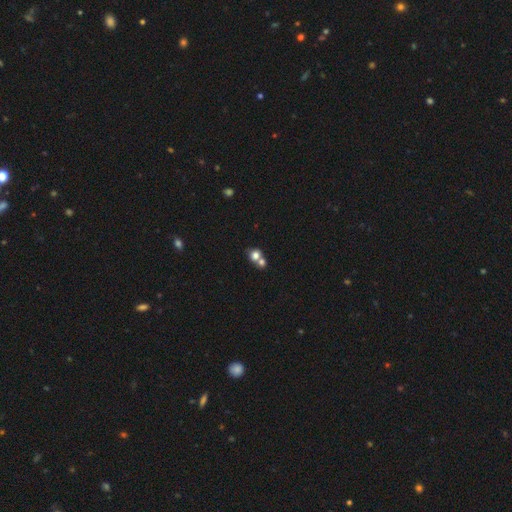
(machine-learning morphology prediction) This appears to be a smooth galaxy with no disk features (76%) that is round (75%). Merging: merger (52%).